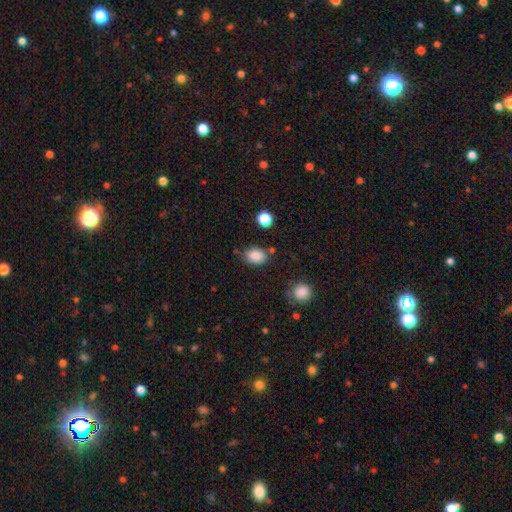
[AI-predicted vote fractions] This is clearly a smooth galaxy (87%). How rounded: likely in between (76%). Merging: likely none (76%).